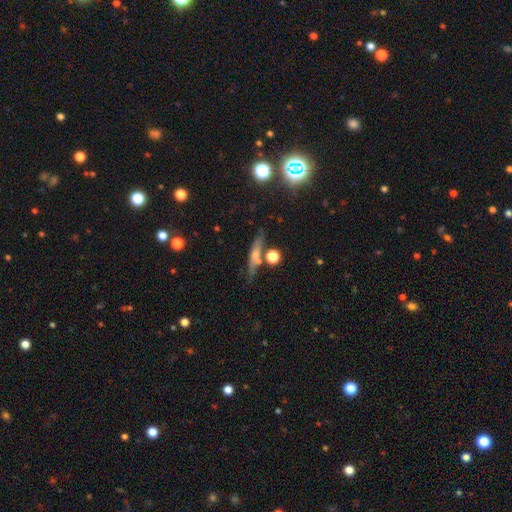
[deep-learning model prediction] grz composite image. It shows a smooth galaxy with no disk features (49%). Merging: none (70%).